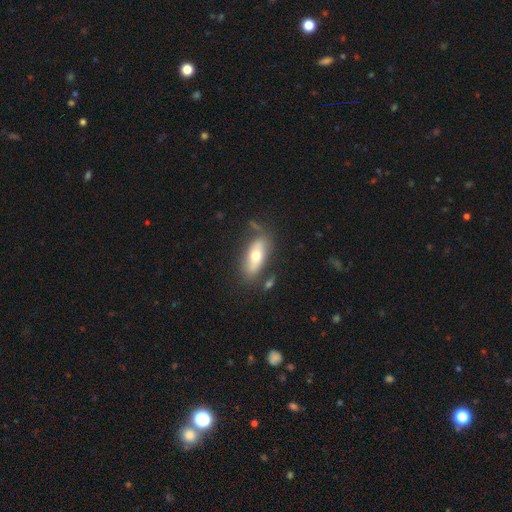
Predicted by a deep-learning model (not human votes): smooth-or-featured: smooth: 61% | featured or disk: 33% | star or artifact: 6%
  how-rounded: in between: 79% | cigar-shaped: 18% | round: 3%
  merging: none: 69% | minor disturbance: 19% | merger: 6% | major disturbance: 6%